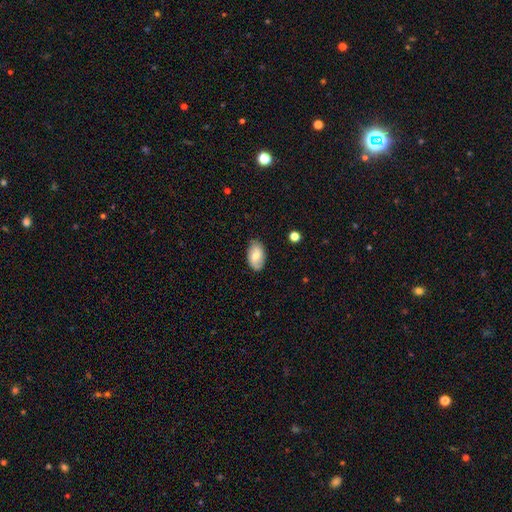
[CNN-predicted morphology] smooth 67%, featured or disk 26%, star or artifact 7%. Down the decision tree: how rounded — in between (94%); merging — none (81%).